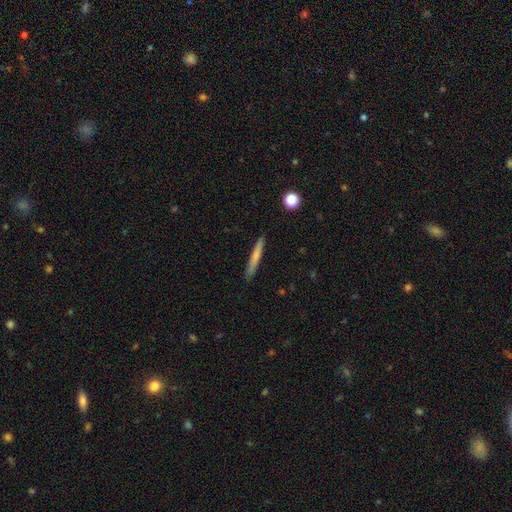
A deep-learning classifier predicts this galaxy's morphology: Smooth or featured? Predicted: smooth (p=0.68). How rounded? Predicted: cigar-shaped (p=0.96). Merging? Predicted: none (p=0.89).